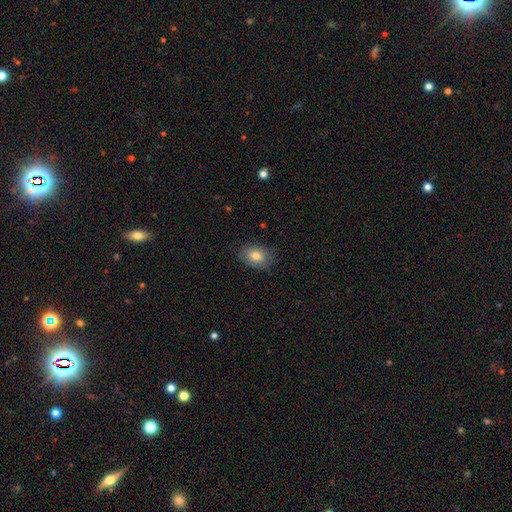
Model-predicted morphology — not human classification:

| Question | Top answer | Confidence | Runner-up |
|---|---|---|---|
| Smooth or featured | smooth | 80% | featured or disk (12%) |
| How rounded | in between | 73% | round (26%) |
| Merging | none | 80% | minor disturbance (16%) |